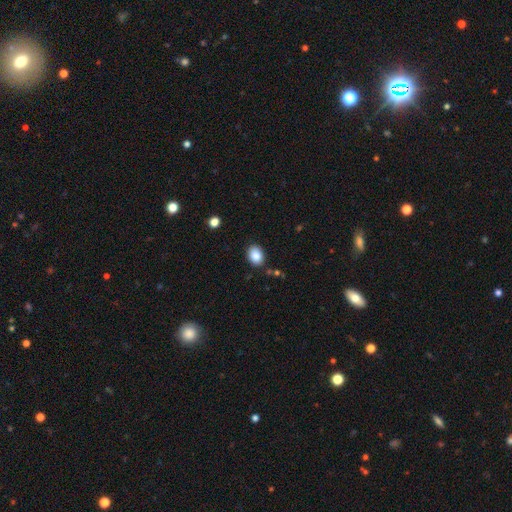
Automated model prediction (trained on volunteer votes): This is clearly a smooth galaxy (87%). How rounded: likely in between (69%). Merging: clearly none (85%).